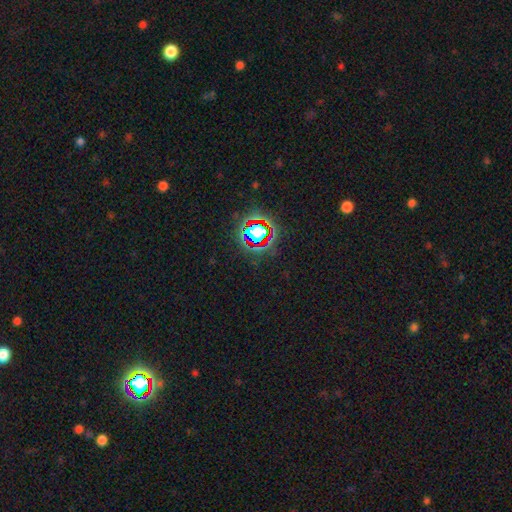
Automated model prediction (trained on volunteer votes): star or artifact 81%, smooth 11%, featured or disk 8%.